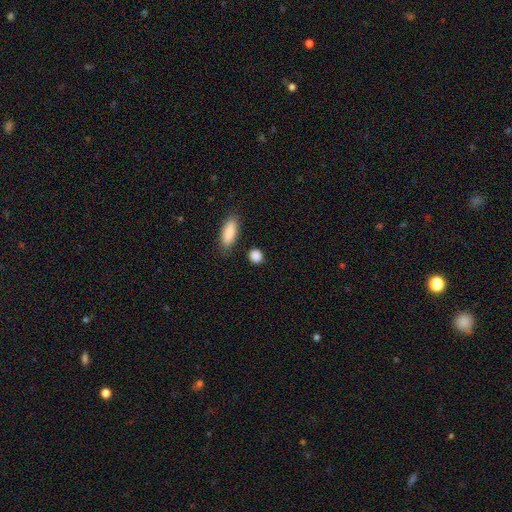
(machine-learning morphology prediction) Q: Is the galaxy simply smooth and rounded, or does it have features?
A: smooth — 88%.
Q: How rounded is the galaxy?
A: round — 68%.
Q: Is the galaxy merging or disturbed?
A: none — 84%.